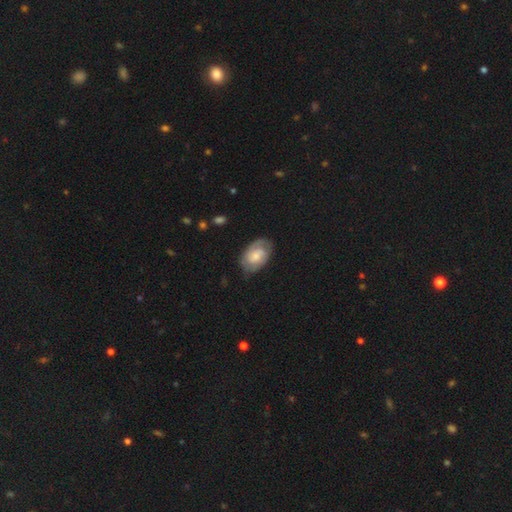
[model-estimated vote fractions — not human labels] A featured or disk galaxy (58%) with no bar (61%), spiral arms (85%) and a moderate central bulge (42%). Merging: none (72%).